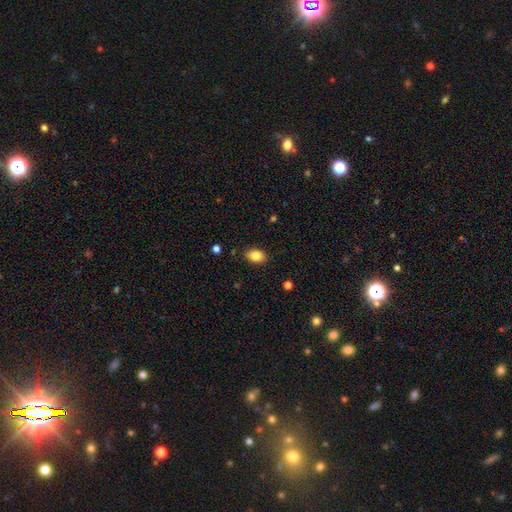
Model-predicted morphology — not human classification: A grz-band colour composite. It shows a smooth galaxy with no disk features (84%) that is in between round and cigar-shaped (83%). Merging: none (87%).